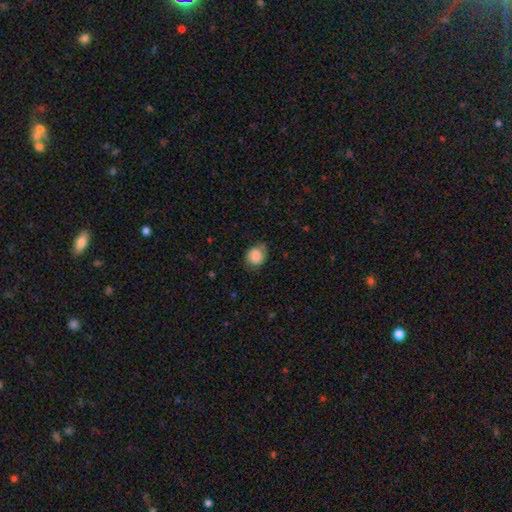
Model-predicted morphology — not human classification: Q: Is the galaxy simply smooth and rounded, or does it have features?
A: smooth — 77%.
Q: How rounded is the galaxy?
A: round — 57%.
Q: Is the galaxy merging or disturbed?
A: none — 57%.